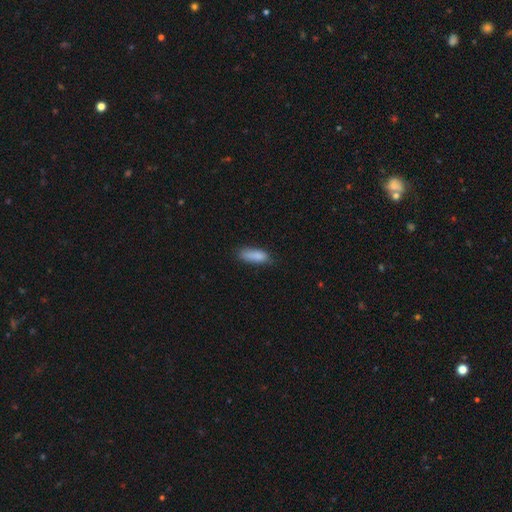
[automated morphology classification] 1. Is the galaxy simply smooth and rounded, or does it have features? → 86% smooth, 8% star or artifact, 6% featured or disk.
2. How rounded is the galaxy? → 55% in between, 43% cigar-shaped, 2% round.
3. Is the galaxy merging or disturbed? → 66% none, 26% minor disturbance, 6% major disturbance, 2% merger.